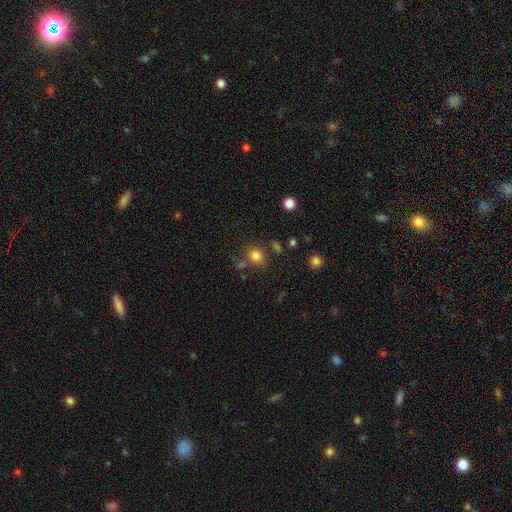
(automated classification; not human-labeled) smooth-or-featured: smooth: 81% | star or artifact: 14% | featured or disk: 6%
  how-rounded: round: 73% | in between: 27% | cigar-shaped: 1%
  merging: none: 73% | minor disturbance: 12% | merger: 11% | major disturbance: 5%